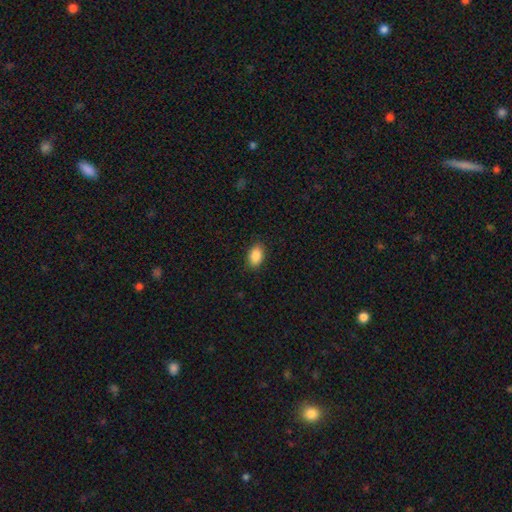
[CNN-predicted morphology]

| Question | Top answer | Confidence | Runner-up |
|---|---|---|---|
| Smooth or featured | smooth | 88% | star or artifact (7%) |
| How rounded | in between | 89% | round (10%) |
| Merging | none | 88% | minor disturbance (9%) |